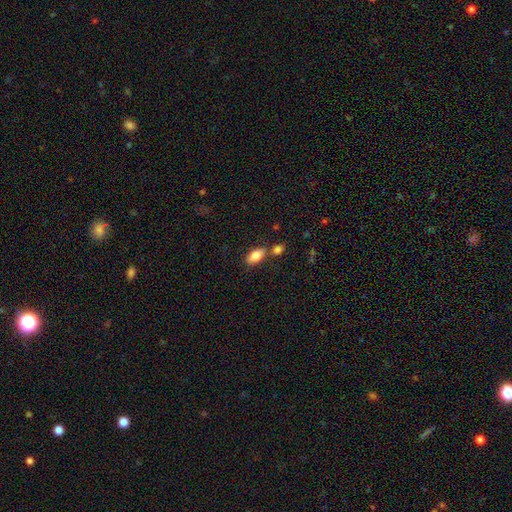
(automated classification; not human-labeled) This is clearly a smooth galaxy (85%). How rounded: clearly in between (90%). Merging: likely none (65%).